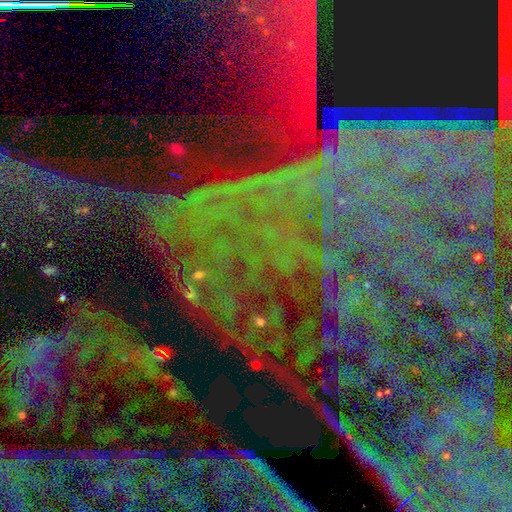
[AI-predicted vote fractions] Q: Smooth or featured?
A: star or artifact (85%); runner-up: featured or disk (9%)